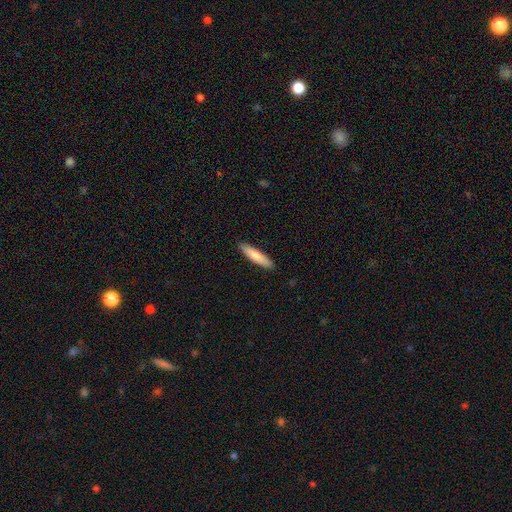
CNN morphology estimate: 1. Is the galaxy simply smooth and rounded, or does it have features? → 80% smooth, 15% featured or disk, 5% star or artifact.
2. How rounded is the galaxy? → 83% cigar-shaped, 15% in between, 1% round.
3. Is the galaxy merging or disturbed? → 91% none, 7% minor disturbance, 1% major disturbance, 1% merger.